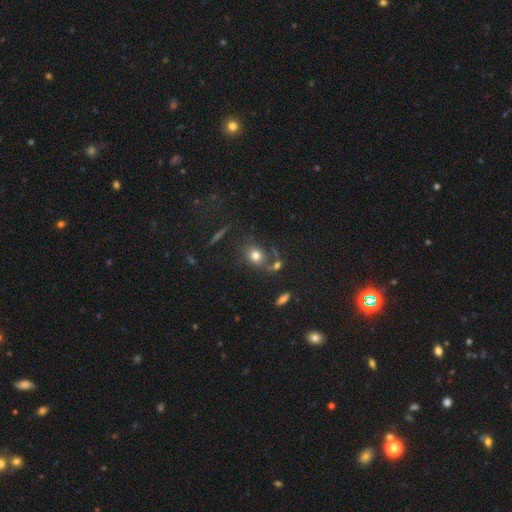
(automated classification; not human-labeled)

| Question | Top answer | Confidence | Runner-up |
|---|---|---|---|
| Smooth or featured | smooth | 71% | featured or disk (14%) |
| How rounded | round | 59% | in between (39%) |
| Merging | none | 61% | merger (17%) |